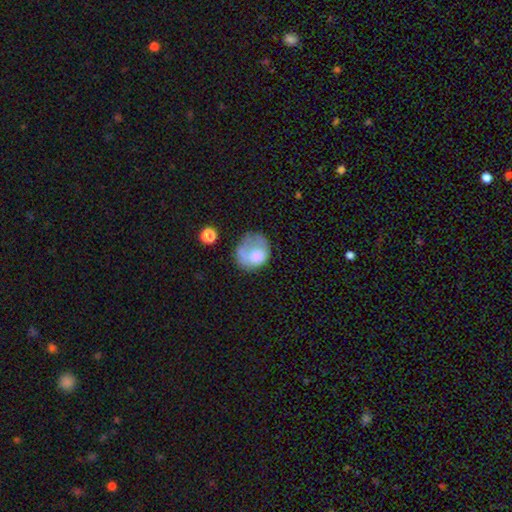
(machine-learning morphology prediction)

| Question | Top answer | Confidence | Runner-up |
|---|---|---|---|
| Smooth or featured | smooth | 65% | featured or disk (26%) |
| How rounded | round | 58% | in between (41%) |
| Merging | none | 34% | major disturbance (32%) |